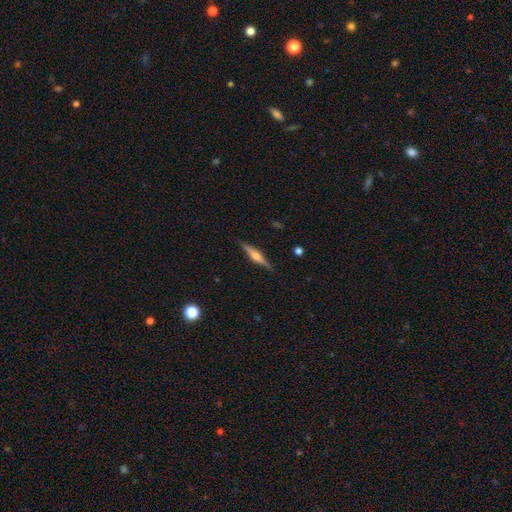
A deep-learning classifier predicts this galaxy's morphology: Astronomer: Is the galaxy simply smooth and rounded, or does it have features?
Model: featured or disk — 69%.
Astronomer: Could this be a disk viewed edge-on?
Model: yes — 97%.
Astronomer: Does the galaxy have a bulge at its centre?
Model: rounded — 85%.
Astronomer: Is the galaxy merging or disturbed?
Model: none — 89%.